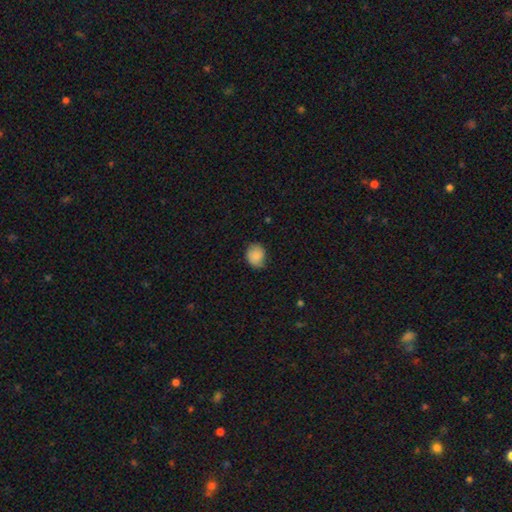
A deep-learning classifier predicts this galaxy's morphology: This is clearly a smooth galaxy (85%). How rounded: likely round (63%). Merging: likely none (66%).